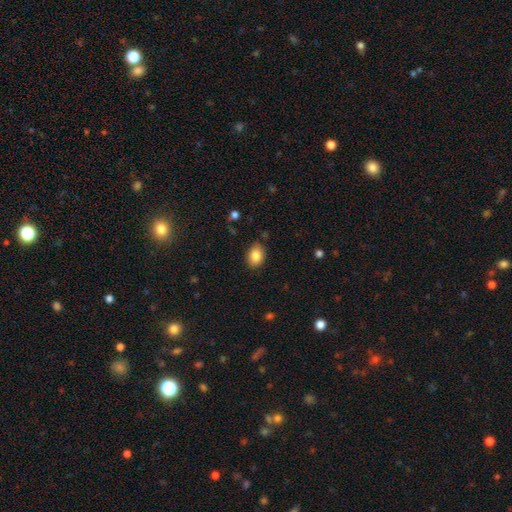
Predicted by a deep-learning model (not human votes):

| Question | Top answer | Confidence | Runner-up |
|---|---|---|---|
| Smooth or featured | smooth | 85% | star or artifact (9%) |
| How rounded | in between | 71% | round (28%) |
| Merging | none | 84% | minor disturbance (12%) |